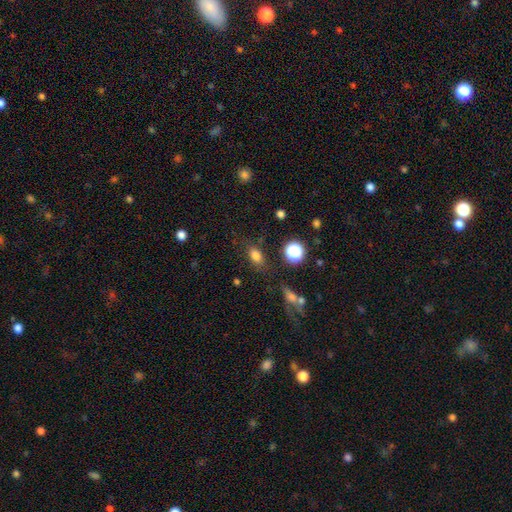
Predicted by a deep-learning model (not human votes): smooth-or-featured: smooth: 78% | star or artifact: 14% | featured or disk: 8%
  how-rounded: in between: 77% | round: 19% | cigar-shaped: 4%
  merging: none: 77% | minor disturbance: 14% | major disturbance: 5% | merger: 4%